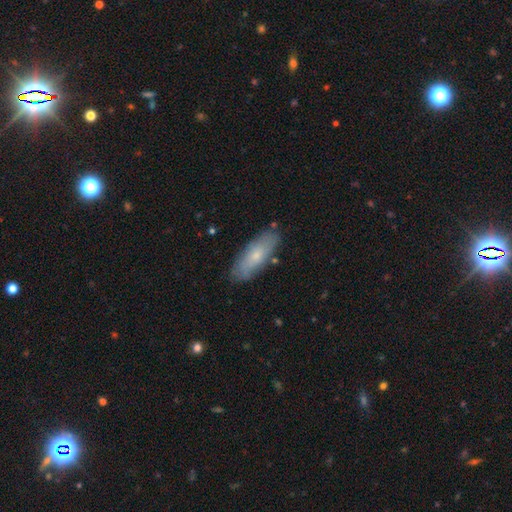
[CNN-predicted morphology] smooth_or_featured: smooth (p=0.63) [alt: featured or disk p=0.31]
how_rounded: in between (p=0.64) [alt: cigar-shaped p=0.34]
merging: none (p=0.82) [alt: minor disturbance p=0.13]